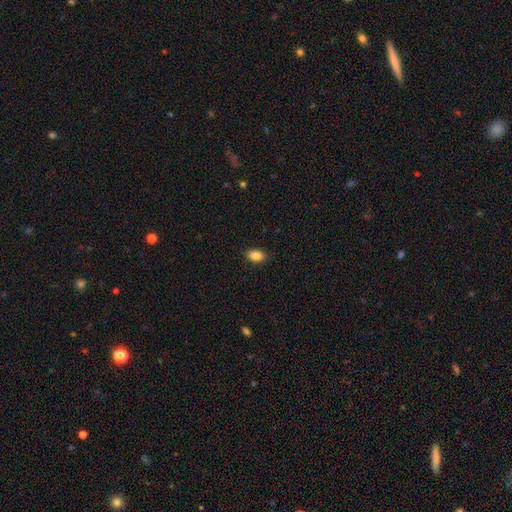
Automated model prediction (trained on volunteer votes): smooth_or_featured: smooth (p=0.87) [alt: star or artifact p=0.09]
how_rounded: in between (p=0.87) [alt: round p=0.11]
merging: none (p=0.88) [alt: minor disturbance p=0.09]